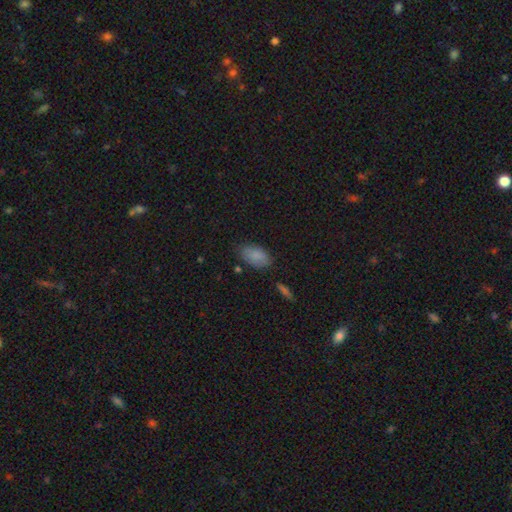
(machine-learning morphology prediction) This appears to be a smooth galaxy with no disk features (85%) that is in between round and cigar-shaped (93%). Merging: none (74%).